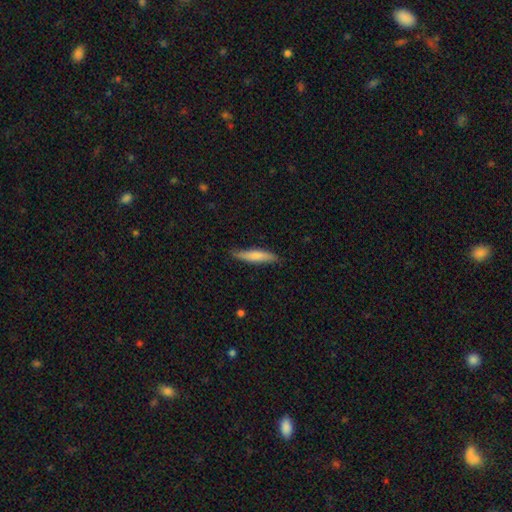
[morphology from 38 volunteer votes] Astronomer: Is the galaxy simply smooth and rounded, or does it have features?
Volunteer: smooth — 71%.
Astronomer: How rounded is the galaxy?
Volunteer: cigar-shaped — 85%.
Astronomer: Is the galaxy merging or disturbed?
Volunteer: none — 86%.